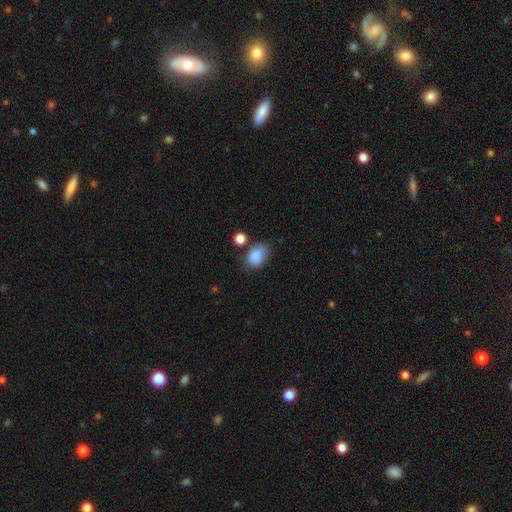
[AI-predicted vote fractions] smooth-or-featured: smooth: 85% | star or artifact: 9% | featured or disk: 6%
  how-rounded: in between: 76% | round: 23% | cigar-shaped: 1%
  merging: none: 57% | minor disturbance: 26% | merger: 9% | major disturbance: 8%